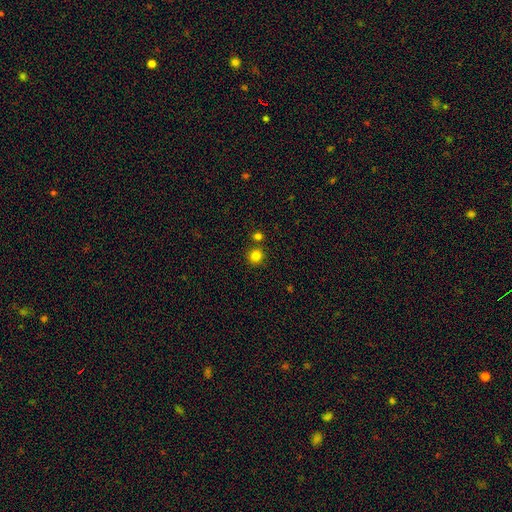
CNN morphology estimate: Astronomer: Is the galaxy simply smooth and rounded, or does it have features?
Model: smooth — 82%.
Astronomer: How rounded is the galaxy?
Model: round — 93%.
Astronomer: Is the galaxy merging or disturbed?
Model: none — 79%.